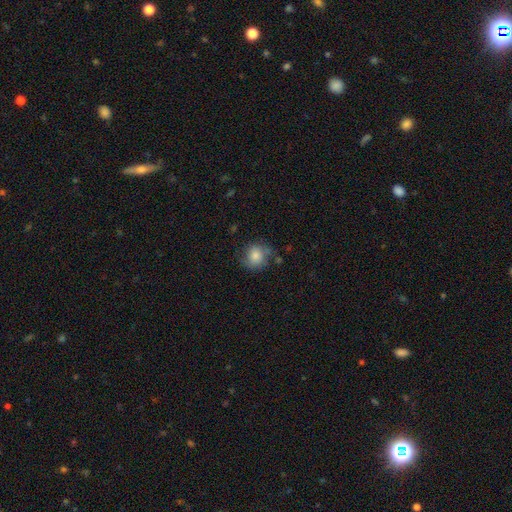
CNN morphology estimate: This is likely a smooth galaxy (80%). How rounded: clearly round (81%). Merging: likely none (66%).